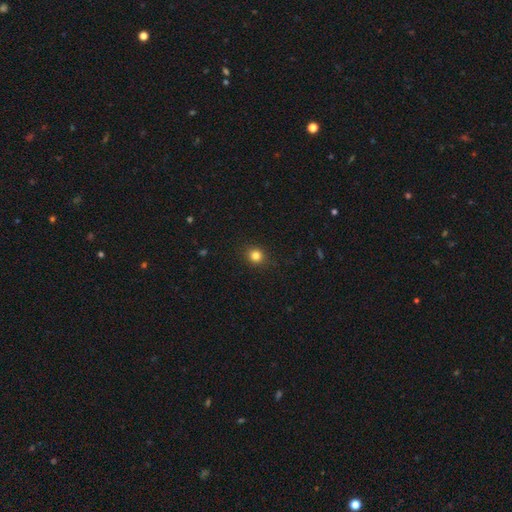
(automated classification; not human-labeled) Smooth or featured?
  - smooth: 82% *
  - star or artifact: 13%
  - featured or disk: 5%
How rounded?
  - round: 86% *
  - in between: 13%
  - cigar-shaped: 1%
Merging?
  - none: 90% *
  - minor disturbance: 7%
  - major disturbance: 2%
  - merger: 1%